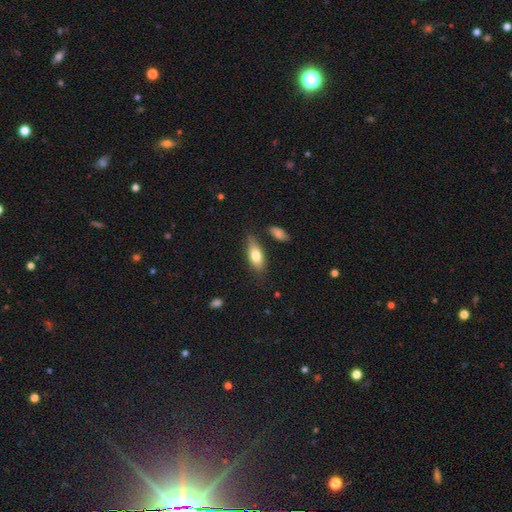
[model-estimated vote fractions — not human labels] This is likely a smooth galaxy (74%). How rounded: likely in between (78%). Merging: likely none (72%).